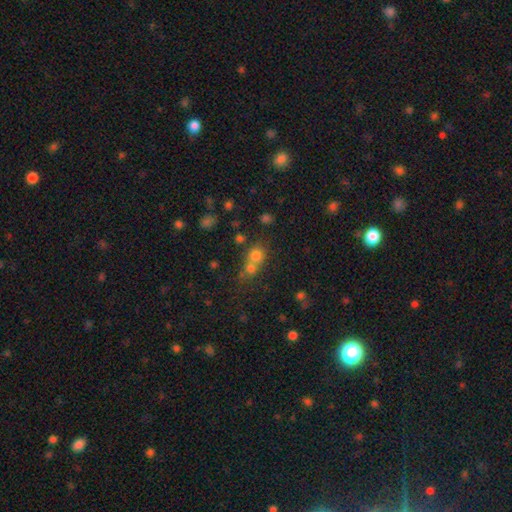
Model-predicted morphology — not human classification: smooth 71%, star or artifact 18%, featured or disk 11%. Down the decision tree: how rounded — round (82%); merging — merger (52%).